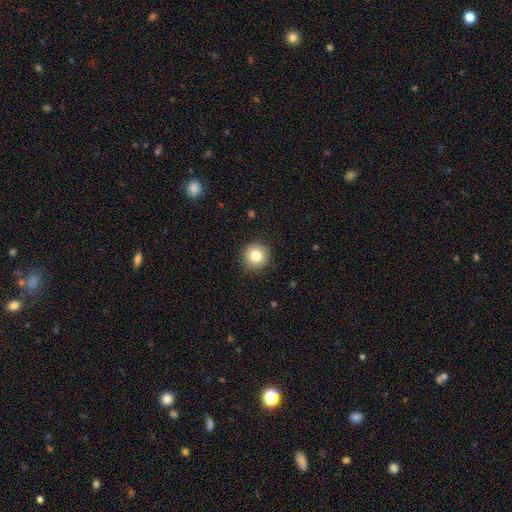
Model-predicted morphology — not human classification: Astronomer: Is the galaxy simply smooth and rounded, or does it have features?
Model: smooth — 81%.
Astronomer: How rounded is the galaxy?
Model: round — 95%.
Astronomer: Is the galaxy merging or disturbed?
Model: none — 91%.